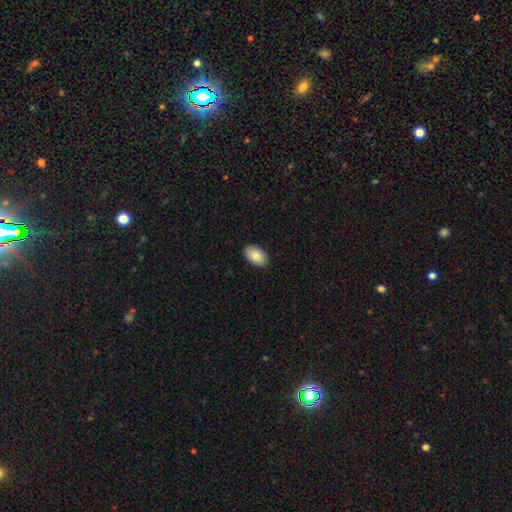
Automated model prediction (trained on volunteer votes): The model was most divided on "merging": none: 89%, minor disturbance: 9%, major disturbance: 2%, merger: 1%. More confident: how rounded — in between (93%); smooth or featured — smooth (88%).